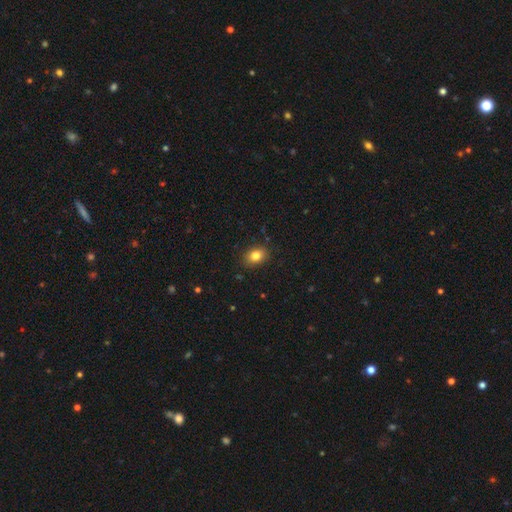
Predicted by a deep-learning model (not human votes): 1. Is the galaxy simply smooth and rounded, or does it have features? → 83% smooth, 10% star or artifact, 7% featured or disk.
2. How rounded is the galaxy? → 69% in between, 30% round, 1% cigar-shaped.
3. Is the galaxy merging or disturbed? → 86% none, 10% minor disturbance, 3% major disturbance, 1% merger.